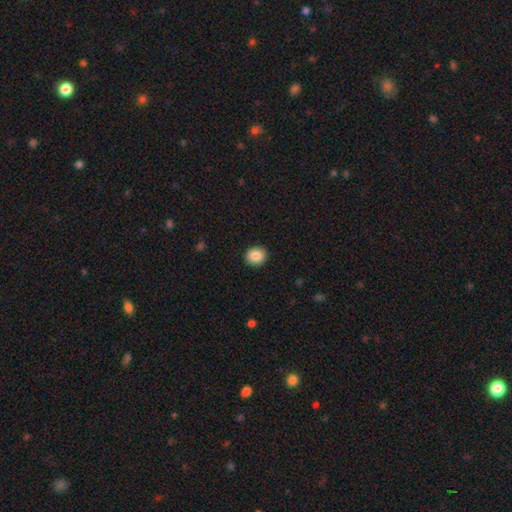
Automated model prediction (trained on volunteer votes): This is clearly a smooth galaxy (86%). How rounded: likely round (77%). Merging: clearly none (92%).